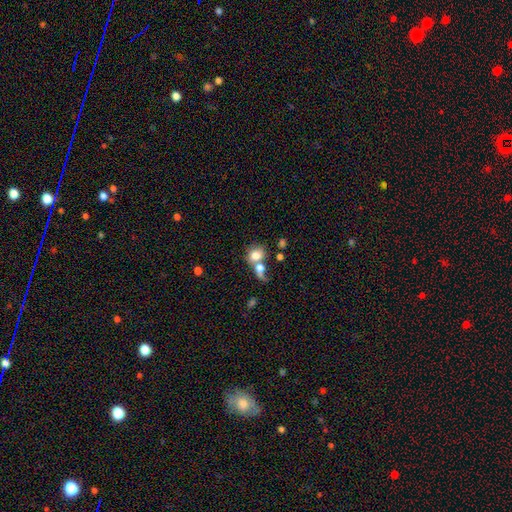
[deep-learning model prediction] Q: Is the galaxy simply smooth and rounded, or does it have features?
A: smooth — 73%.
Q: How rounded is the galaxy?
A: round — 66%.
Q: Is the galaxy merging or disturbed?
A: merger — 59%.